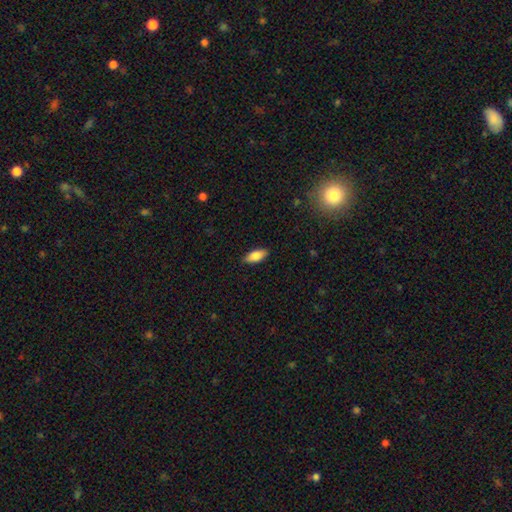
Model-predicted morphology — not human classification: type=smooth (84%); roundness=in between (84%); merging=none (87%).